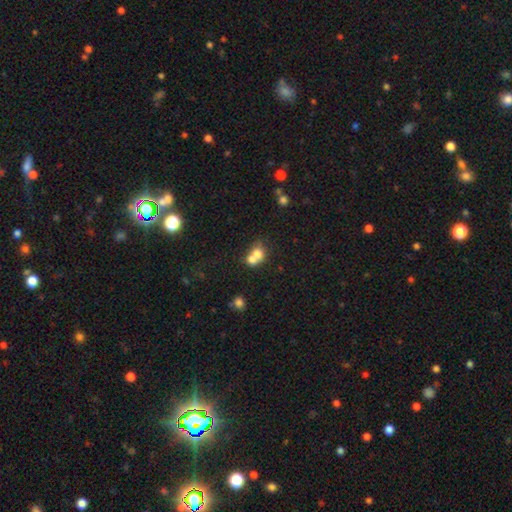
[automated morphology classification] This appears to be a smooth galaxy with no disk features (69%) that is round (65%). Merging: merger (67%).